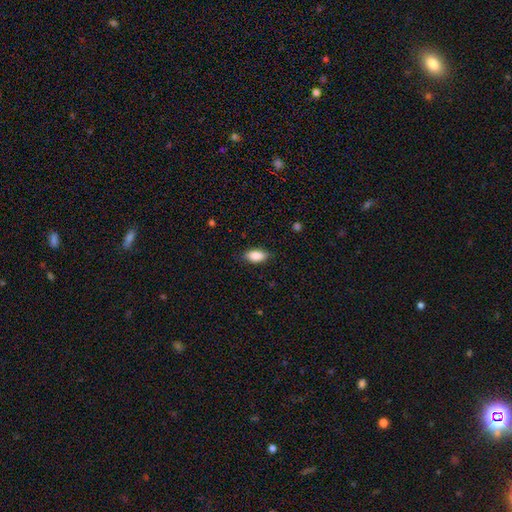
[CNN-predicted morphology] The model was most divided on "merging": none: 81%, minor disturbance: 15%, major disturbance: 3%, merger: 1%. More confident: how rounded — in between (90%); smooth or featured — smooth (87%).